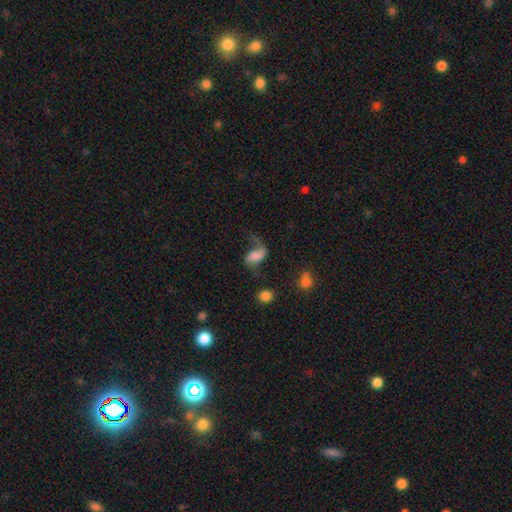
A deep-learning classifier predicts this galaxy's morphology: A featured or disk galaxy (52%) with no bar (46%), spiral arms (86%) and no central bulge (47%).

Vote fractions:
- Smooth or featured? featured or disk: 52% / smooth: 36% / star or artifact: 12%
- Edge-on disk? no: 96% / yes: 4%
- Bar? no: 46% / weak: 34% / strong: 20%
- Spiral arms? yes: 86% / no: 14%
- Bulge size? none: 47% / large: 16% / small: 15% / moderate: 14% / dominant: 8%
- Merging? none: 42% / major disturbance: 31% / minor disturbance: 20% / merger: 7%